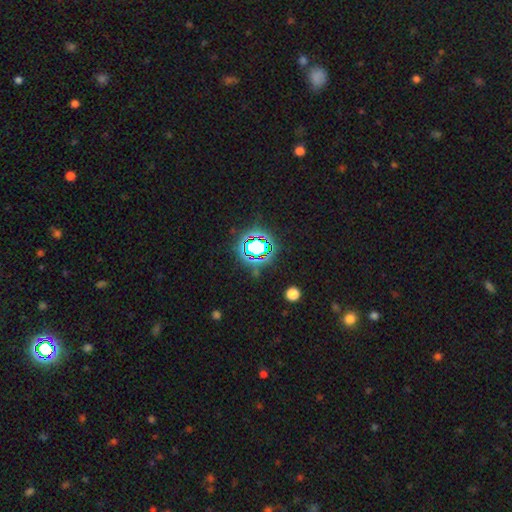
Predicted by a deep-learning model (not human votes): Smooth or featured?
  - star or artifact: 77% *
  - smooth: 15%
  - featured or disk: 8%